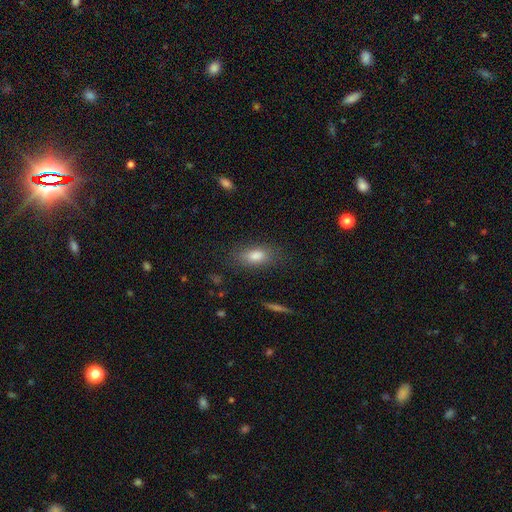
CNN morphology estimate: smooth-or-featured: smooth: 81% | featured or disk: 10% | star or artifact: 9%
  how-rounded: in between: 83% | cigar-shaped: 10% | round: 7%
  merging: none: 81% | minor disturbance: 13% | major disturbance: 4% | merger: 1%